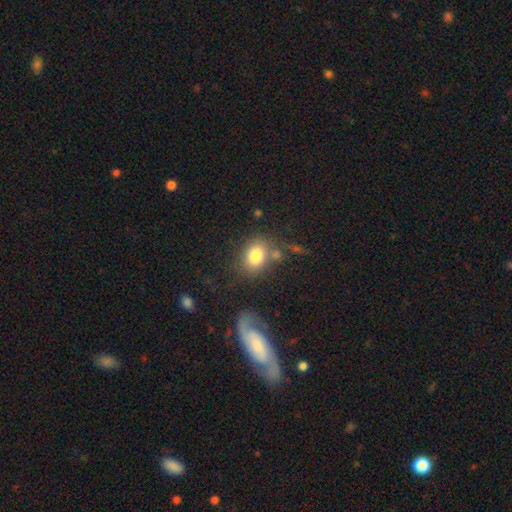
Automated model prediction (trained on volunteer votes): smooth_or_featured: smooth (p=0.81) [alt: featured or disk p=0.09]
how_rounded: in between (p=0.58) [alt: round p=0.41]
merging: none (p=0.67) [alt: minor disturbance p=0.15]